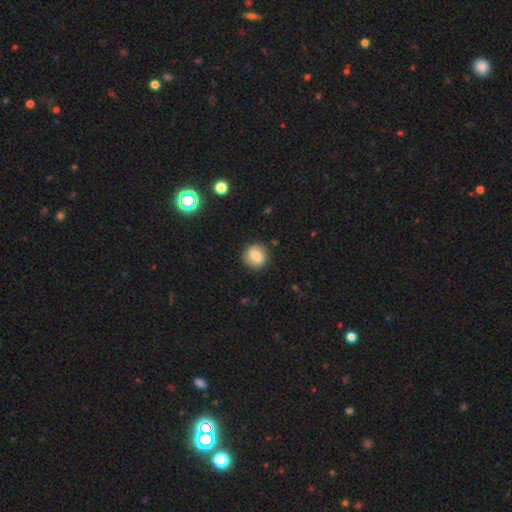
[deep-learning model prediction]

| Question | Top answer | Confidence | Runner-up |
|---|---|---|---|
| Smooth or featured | smooth | 77% | featured or disk (14%) |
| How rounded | round | 88% | in between (11%) |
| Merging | none | 87% | minor disturbance (9%) |